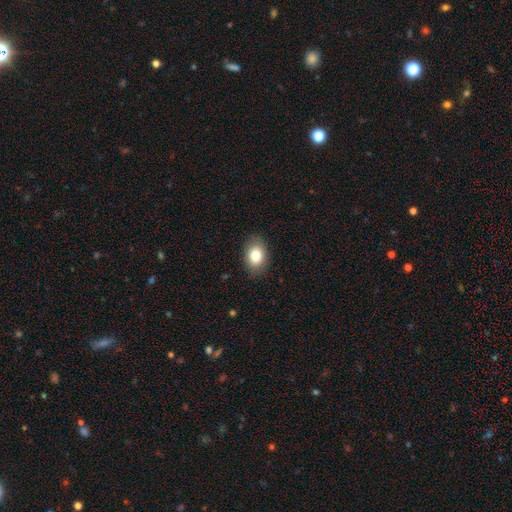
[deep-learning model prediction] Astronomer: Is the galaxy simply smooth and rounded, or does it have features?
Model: smooth — 80%.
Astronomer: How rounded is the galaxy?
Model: in between — 76%.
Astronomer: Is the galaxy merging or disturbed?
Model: none — 86%.